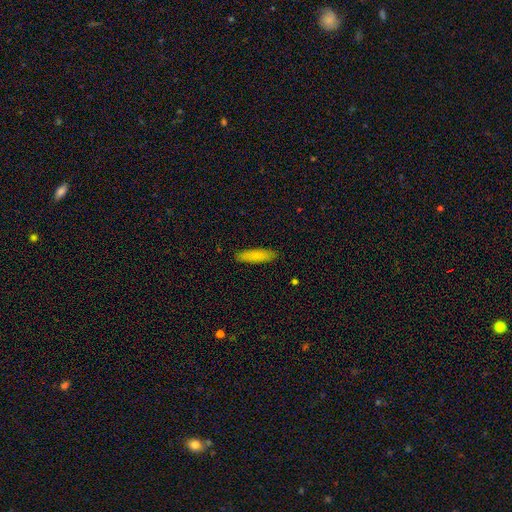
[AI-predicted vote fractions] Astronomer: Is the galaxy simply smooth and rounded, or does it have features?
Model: smooth — 80%.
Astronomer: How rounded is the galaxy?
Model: cigar-shaped — 63%.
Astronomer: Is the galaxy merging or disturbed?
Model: none — 89%.